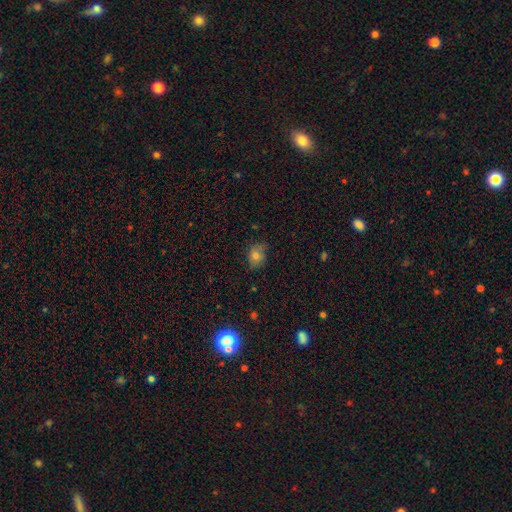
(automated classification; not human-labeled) A smooth galaxy with no disk features (73%) that is round (49%, tied with in between).

Vote fractions:
- Smooth or featured? smooth: 73% / featured or disk: 15% / star or artifact: 12%
- How rounded? round: 49% (tied) / in between: 49% (tied) / cigar-shaped: 1%
- Merging? none: 67% / minor disturbance: 26% / major disturbance: 6% / merger: 1%